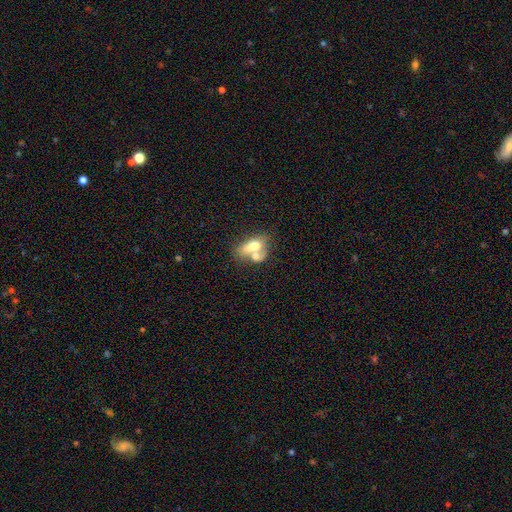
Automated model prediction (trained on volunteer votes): smooth_or_featured: smooth (p=0.64) [alt: featured or disk p=0.29]
how_rounded: in between (p=0.78) [alt: round p=0.15]
merging: merger (p=0.66) [alt: none p=0.18]